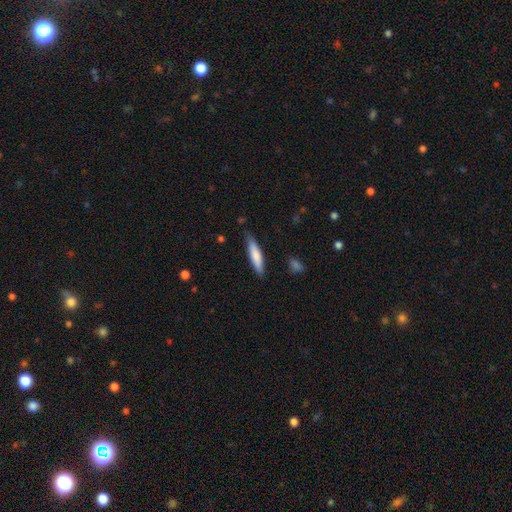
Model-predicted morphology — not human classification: Smooth or featured? smooth (76%)
How rounded? cigar-shaped (81%)
Merging? none (82%)